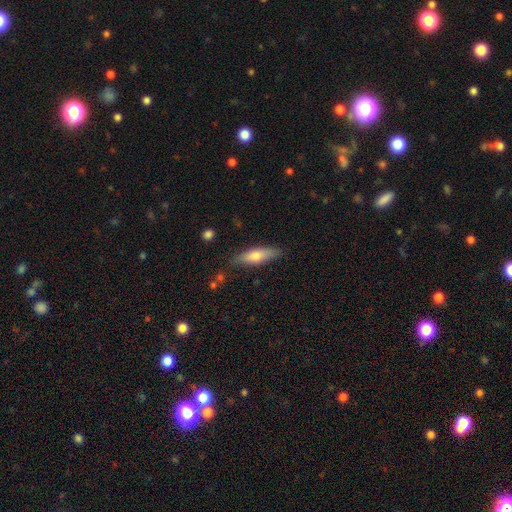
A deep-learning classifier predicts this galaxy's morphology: Overall: smooth (62%; featured or disk 32%). How rounded: cigar-shaped (58%; in between 40%). Merging: none (83%).